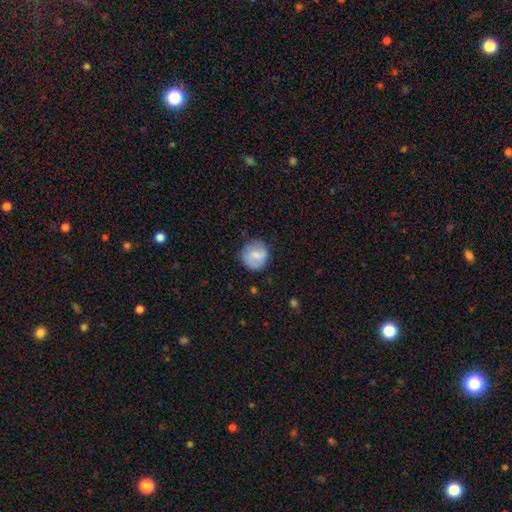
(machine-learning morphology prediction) smooth-or-featured: smooth: 74% | featured or disk: 19% | star or artifact: 7%
  how-rounded: round: 89% | in between: 10% | cigar-shaped: 1%
  merging: none: 77% | minor disturbance: 17% | major disturbance: 5% | merger: 1%